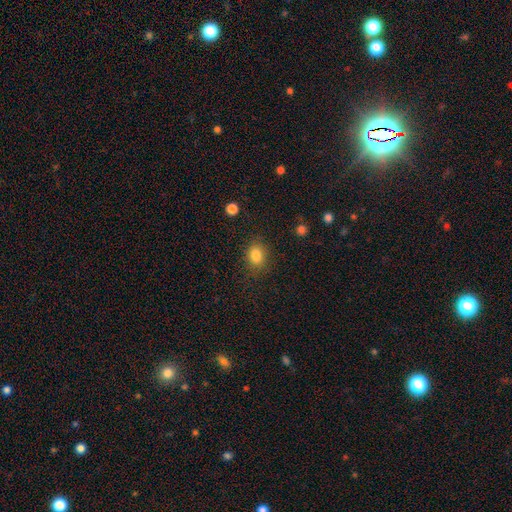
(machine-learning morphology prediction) Smooth or featured? Predicted: smooth (p=0.84). How rounded? Predicted: in between (p=0.54). Merging? Predicted: none (p=0.83).